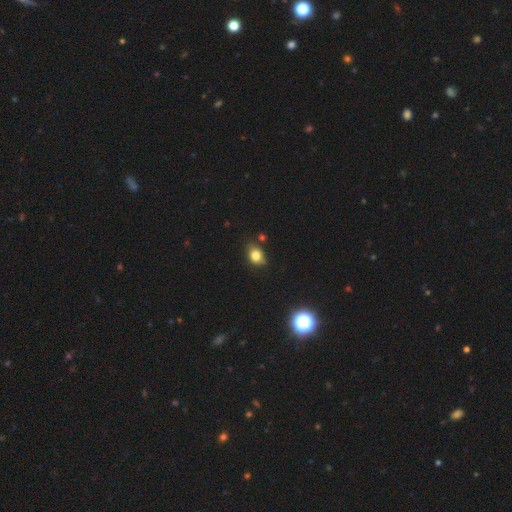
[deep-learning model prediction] Overall: smooth (79%). How rounded: in between (54%; round 44%). Merging: none (72%).